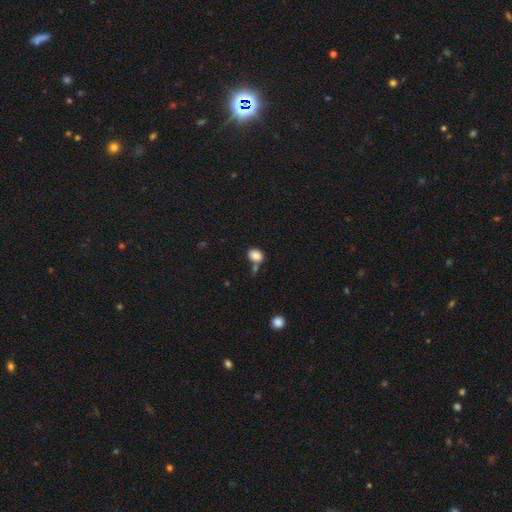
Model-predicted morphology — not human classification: This appears to be a smooth galaxy with no disk features (87%) that is in between round and cigar-shaped (64%). Merging: none (62%).